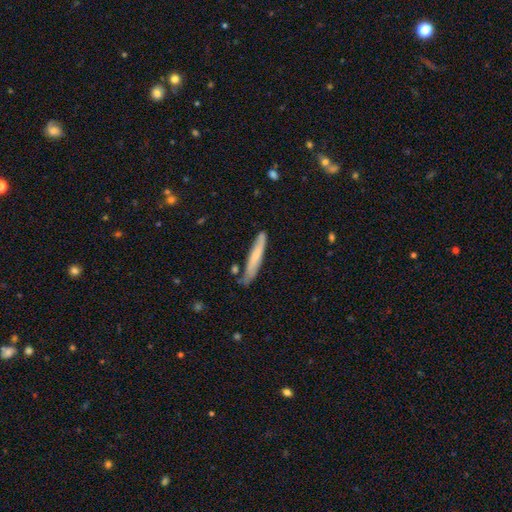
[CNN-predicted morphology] A smooth galaxy with no disk features (64%) that is cigar-shaped (93%).

Vote fractions:
- Smooth or featured? smooth: 64% / featured or disk: 30% / star or artifact: 6%
- How rounded? cigar-shaped: 93% / in between: 6% / round: 1%
- Merging? none: 77% / minor disturbance: 17% / merger: 4% / major disturbance: 3%